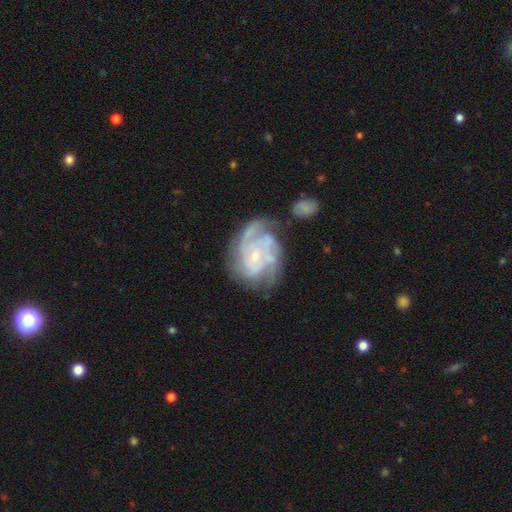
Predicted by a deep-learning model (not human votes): Smooth or featured?
  - featured or disk: 88% *
  - smooth: 6%
  - star or artifact: 6%
Edge-on disk?
  - no: 98% *
  - yes: 2%
Bar?
  - no: 72% *
  - weak: 23%
  - strong: 6%
Spiral arms?
  - yes: 97% *
  - no: 3%
Spiral winding?
  - tight: 57% *
  - medium: 35%
  - loose: 8%
Spiral arm count?
  - 3: 34% *
  - 4: 21%
  - can't tell: 19%
  - 2: 14%
  - more than 4: 6%
  - 1: 6%
Bulge size?
  - small: 79% *
  - moderate: 18%
  - none: 2%
  - large: 1%
  - dominant: 1%
Merging?
  - none: 57% *
  - minor disturbance: 22%
  - major disturbance: 13%
  - merger: 8%